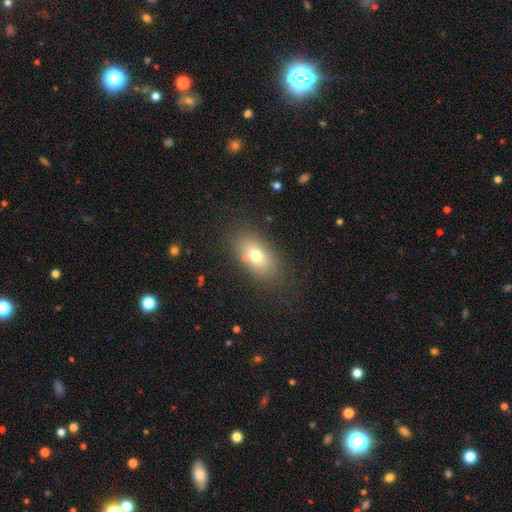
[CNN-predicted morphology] The model was most divided on "smooth or featured": smooth: 72%, featured or disk: 17%, star or artifact: 11%. More confident: how rounded — in between (86%); merging — none (78%).